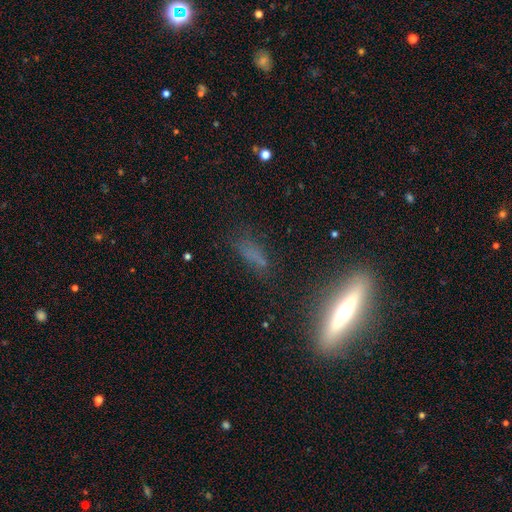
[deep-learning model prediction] Smooth or featured?
  - smooth: 46% *
  - featured or disk: 36%
  - star or artifact: 18%
Merging?
  - none: 70% *
  - minor disturbance: 17%
  - major disturbance: 9%
  - merger: 4%